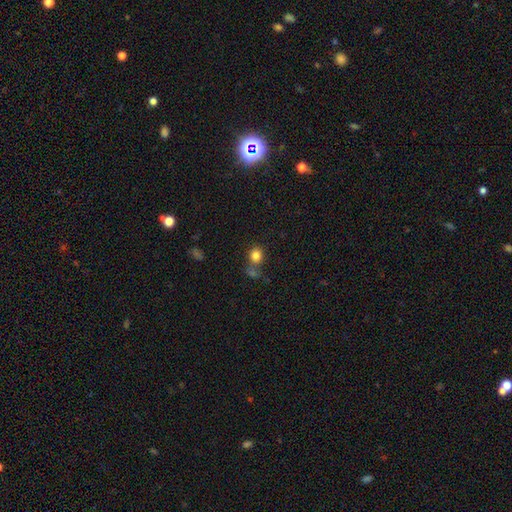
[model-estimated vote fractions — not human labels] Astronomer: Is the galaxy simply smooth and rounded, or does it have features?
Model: smooth — 82%.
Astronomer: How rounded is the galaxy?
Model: round — 81%.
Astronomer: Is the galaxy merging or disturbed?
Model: none — 59%.